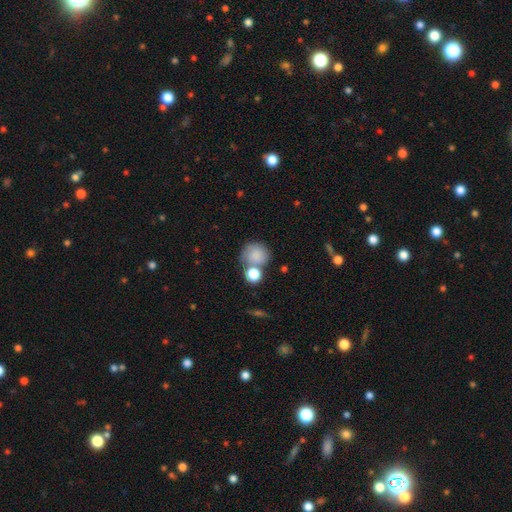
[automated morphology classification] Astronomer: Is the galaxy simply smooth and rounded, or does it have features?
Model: smooth — 80%.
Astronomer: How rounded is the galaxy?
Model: round — 81%.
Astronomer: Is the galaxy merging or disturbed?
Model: none — 48% (runner-up: merger, 29%).